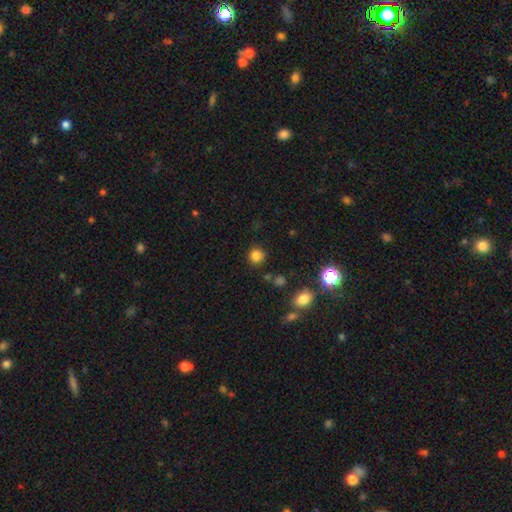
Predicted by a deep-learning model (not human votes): Overall: smooth (82%). How rounded: round (91%). Merging: none (85%).